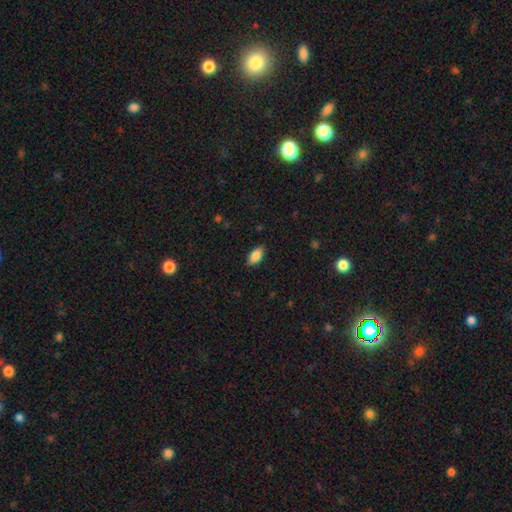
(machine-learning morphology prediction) smooth 86%, star or artifact 7%, featured or disk 7%. Down the decision tree: how rounded — in between (91%); merging — none (87%).